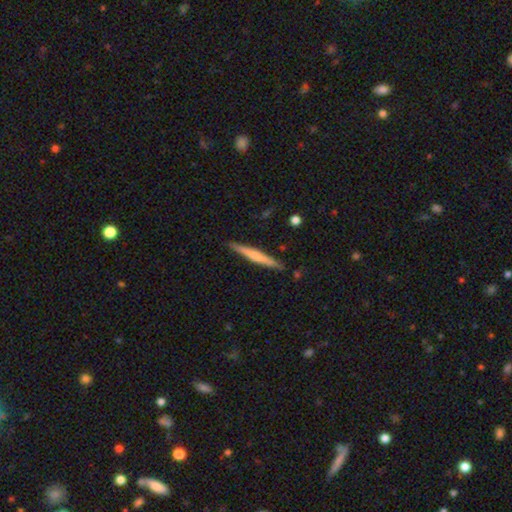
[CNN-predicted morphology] smooth_or_featured: smooth (p=0.49) [alt: featured or disk p=0.46]
merging: none (p=0.89) [alt: minor disturbance p=0.08]